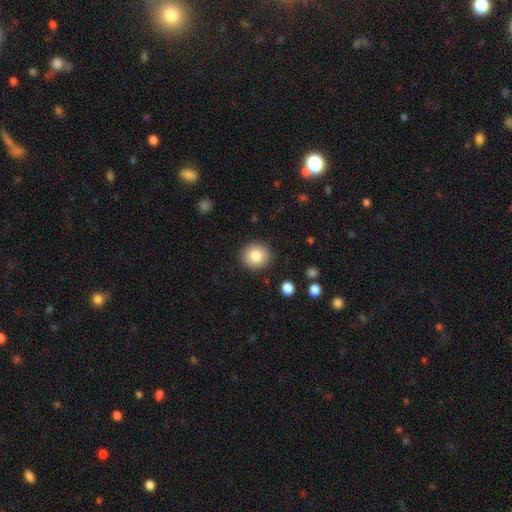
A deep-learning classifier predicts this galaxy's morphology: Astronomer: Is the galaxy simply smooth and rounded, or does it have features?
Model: smooth — 84%.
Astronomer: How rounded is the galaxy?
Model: round — 89%.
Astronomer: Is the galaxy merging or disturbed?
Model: none — 90%.